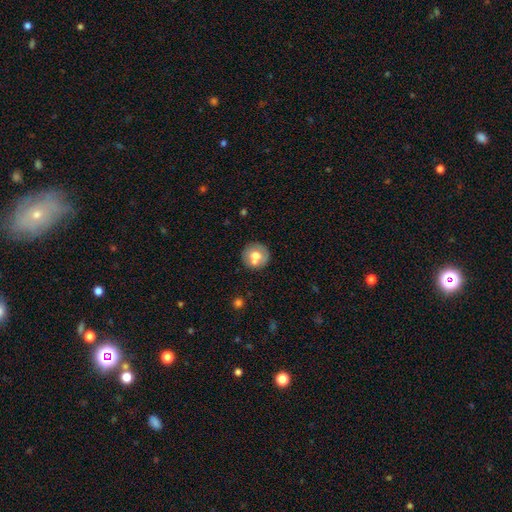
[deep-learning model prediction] Smooth or featured: smooth — 62% (featured or disk — 30%)
How rounded: round — 90% (in between — 9%)
Merging: none — 64% (merger — 18%)